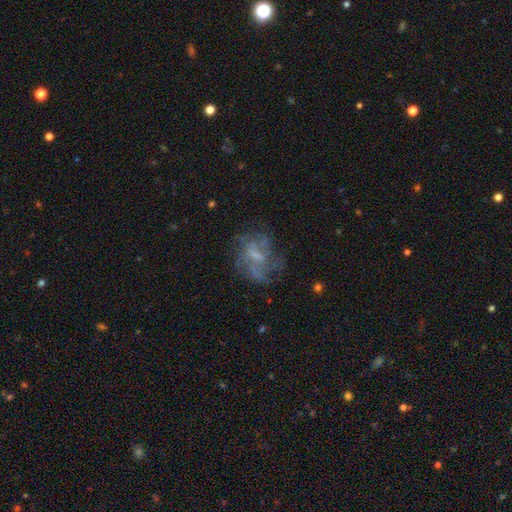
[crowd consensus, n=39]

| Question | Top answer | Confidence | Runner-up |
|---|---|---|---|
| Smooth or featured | featured or disk | 77% | smooth (15%) |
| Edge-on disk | no | 100% | — |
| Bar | weak | 60% | no (33%) |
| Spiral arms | yes | 80% | no (20%) |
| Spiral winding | medium | 42% | tied: loose (42%) |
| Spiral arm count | more than 4 | 54% | can't tell (25%) |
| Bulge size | none | 50% | small (27%) |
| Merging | none | 50% | minor disturbance (31%) |